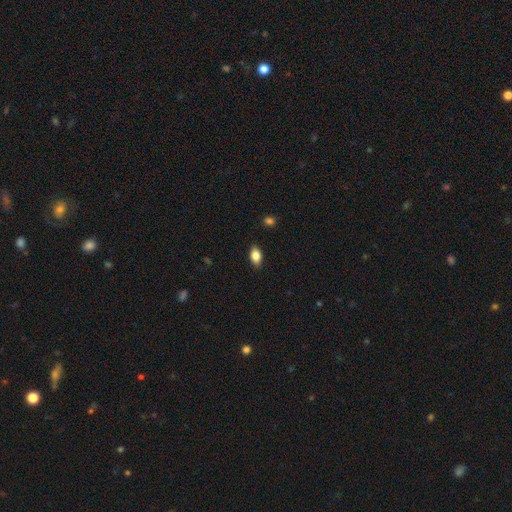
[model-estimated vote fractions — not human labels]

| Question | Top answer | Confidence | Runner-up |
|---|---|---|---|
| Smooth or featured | smooth | 83% | featured or disk (9%) |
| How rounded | in between | 89% | round (8%) |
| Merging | none | 87% | minor disturbance (10%) |